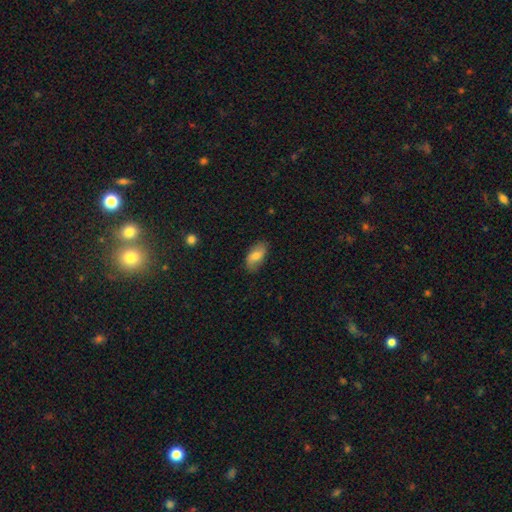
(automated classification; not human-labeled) This appears to be a smooth galaxy with no disk features (76%) that is in between round and cigar-shaped (92%). Merging: none (81%).